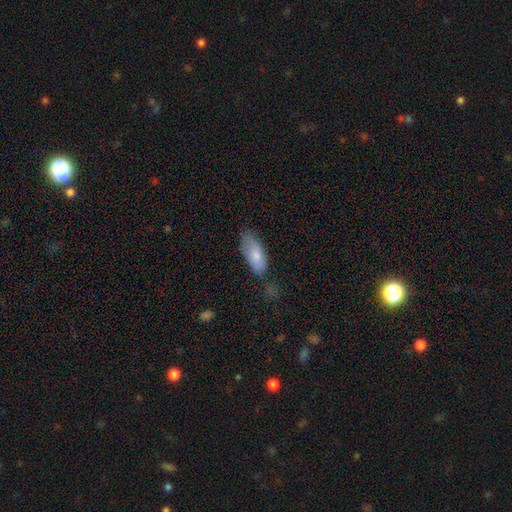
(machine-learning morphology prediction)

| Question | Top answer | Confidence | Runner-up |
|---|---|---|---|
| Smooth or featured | smooth | 80% | featured or disk (14%) |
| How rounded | in between | 81% | cigar-shaped (17%) |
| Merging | none | 56% | minor disturbance (30%) |